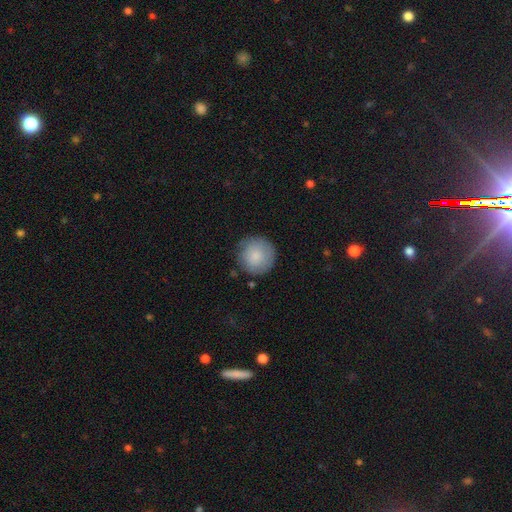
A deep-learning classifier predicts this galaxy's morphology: smooth 81%, featured or disk 12%, star or artifact 6%. Down the decision tree: how rounded — round (95%); merging — none (80%).